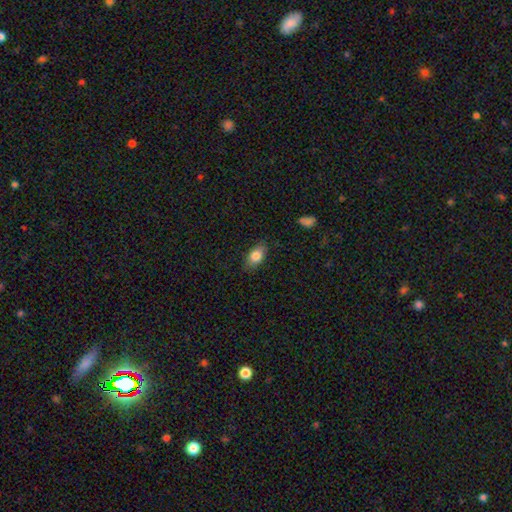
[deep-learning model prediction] A smooth galaxy with no disk features (82%) that is in between round and cigar-shaped (88%). Merging: none (82%).